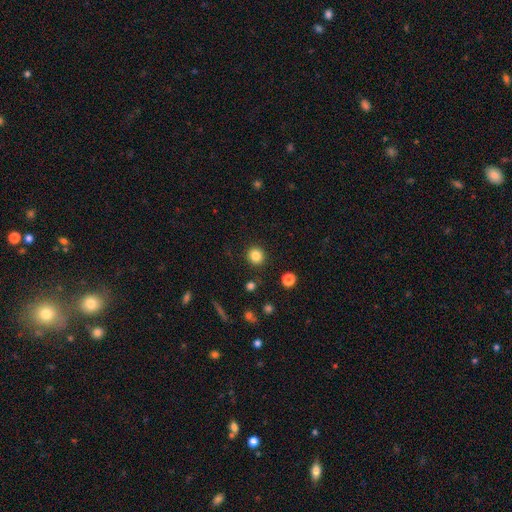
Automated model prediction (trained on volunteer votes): Smooth or featured? Predicted: smooth (p=0.84). How rounded? Predicted: round (p=0.90). Merging? Predicted: none (p=0.90).